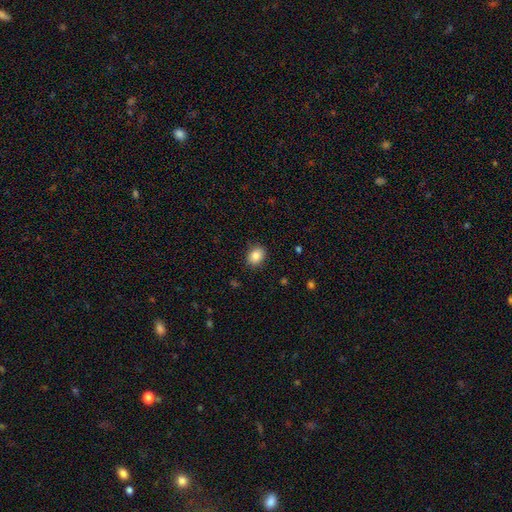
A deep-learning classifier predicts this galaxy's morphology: smooth 85%, star or artifact 9%, featured or disk 6%. Down the decision tree: how rounded — in between (58%); merging — none (87%).